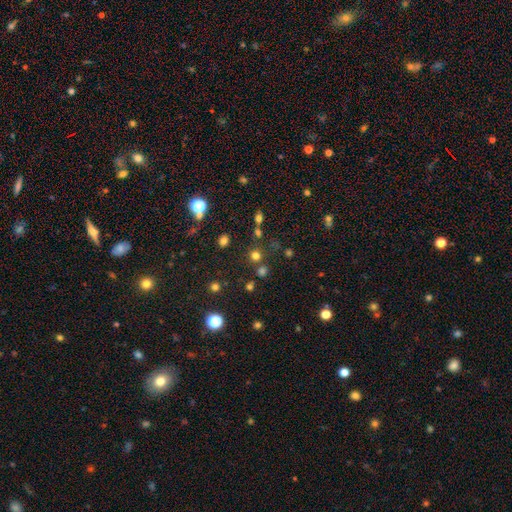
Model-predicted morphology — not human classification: Overall: smooth (66%; star or artifact 27%). How rounded: round (92%). Merging: none (77%).